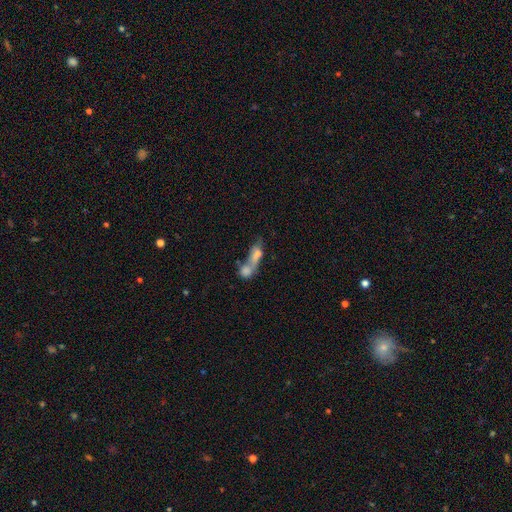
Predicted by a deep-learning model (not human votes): Smooth or featured? smooth (60%)
How rounded? in between (51%)
Merging? merger (67%)